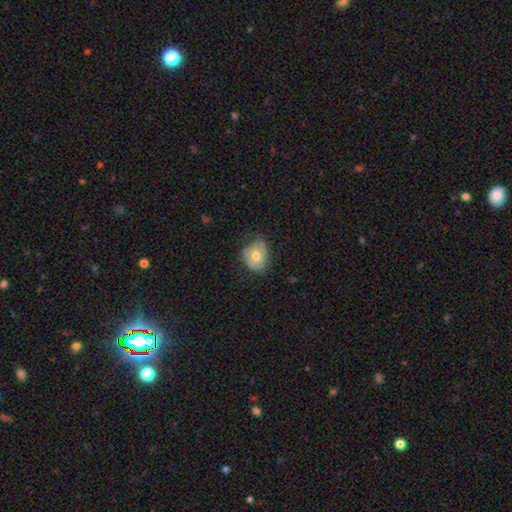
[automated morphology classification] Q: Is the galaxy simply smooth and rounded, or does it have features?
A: smooth — 57%.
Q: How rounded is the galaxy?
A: round — 50%.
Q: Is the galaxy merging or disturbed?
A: none — 55%.